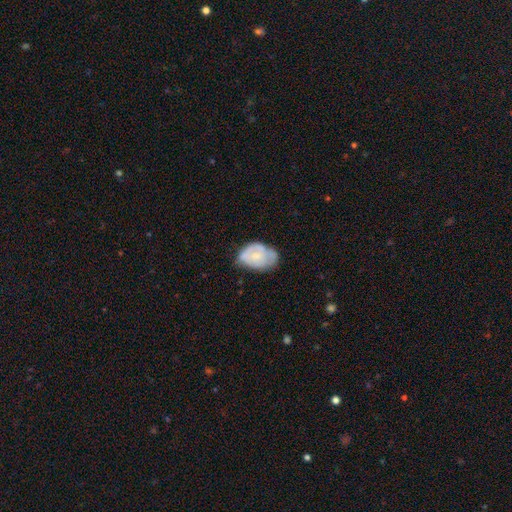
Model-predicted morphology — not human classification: Smooth or featured?
  - smooth: 52% *
  - featured or disk: 41%
  - star or artifact: 7%
How rounded?
  - in between: 85% *
  - round: 13%
  - cigar-shaped: 1%
Merging?
  - none: 45% *
  - minor disturbance: 39%
  - major disturbance: 12%
  - merger: 4%